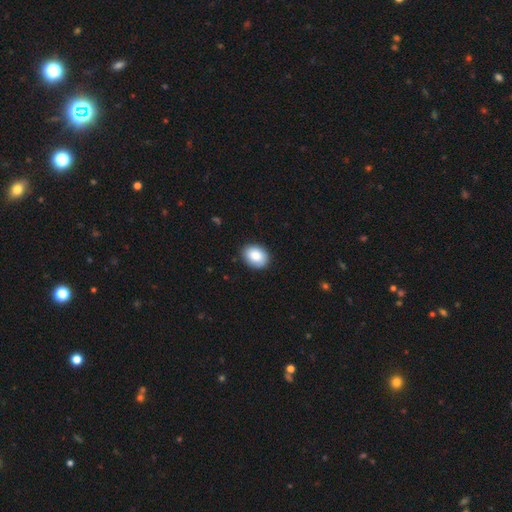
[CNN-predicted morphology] type=smooth (86%); roundness=in between (67%); merging=none (87%).